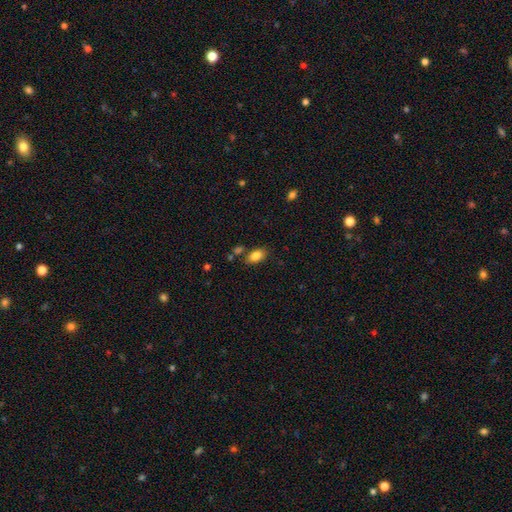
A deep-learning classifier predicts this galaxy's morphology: Smooth or featured?
  - smooth: 84% *
  - star or artifact: 8%
  - featured or disk: 7%
How rounded?
  - in between: 89% *
  - round: 8%
  - cigar-shaped: 2%
Merging?
  - none: 76% *
  - minor disturbance: 13%
  - merger: 7%
  - major disturbance: 3%